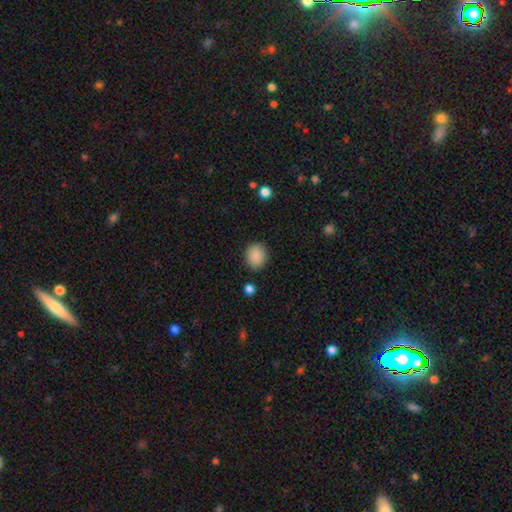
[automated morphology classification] This appears to be a smooth galaxy with no disk features (89%) that is round (68%). Merging: none (87%).